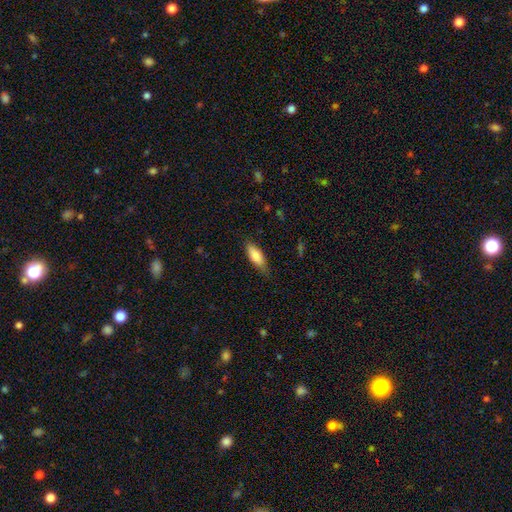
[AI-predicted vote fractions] Smooth or featured? Predicted: smooth (p=0.83). How rounded? Predicted: in between (p=0.69). Merging? Predicted: none (p=0.76).